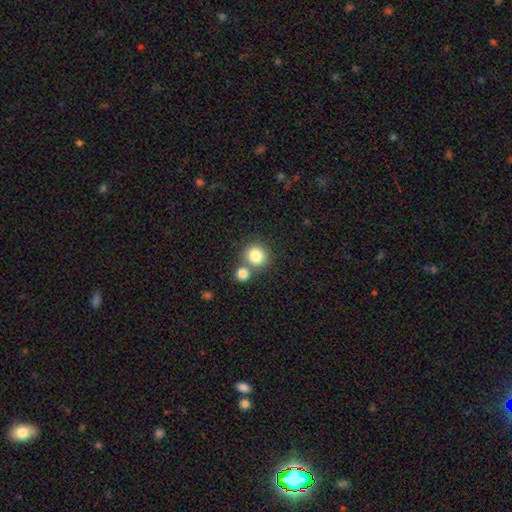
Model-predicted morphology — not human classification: smooth_or_featured: smooth (p=0.83) [alt: star or artifact p=0.10]
how_rounded: round (p=0.90) [alt: in between p=0.09]
merging: none (p=0.63) [alt: merger p=0.27]